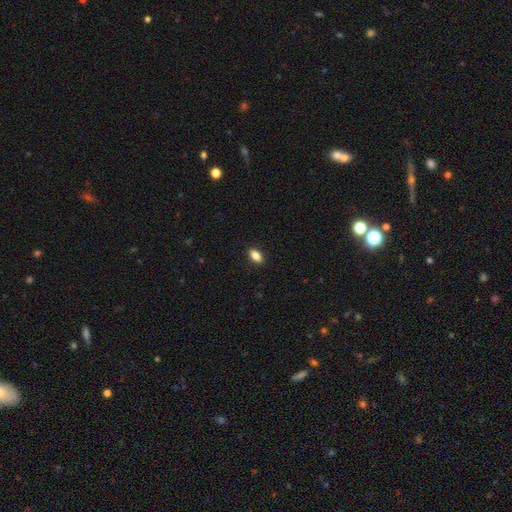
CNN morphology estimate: Smooth or featured? Predicted: smooth (p=0.85). How rounded? Predicted: in between (p=0.89). Merging? Predicted: none (p=0.90).